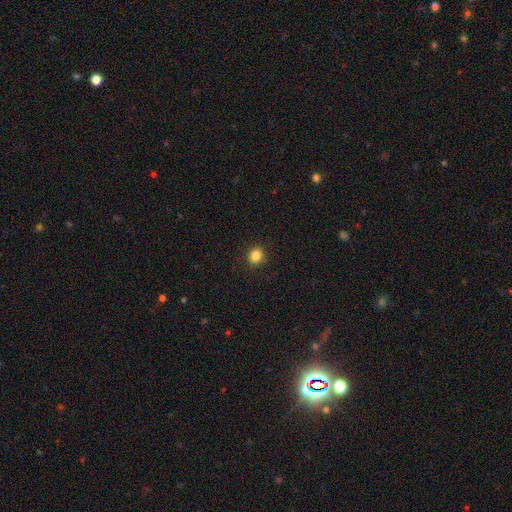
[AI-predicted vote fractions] Q: Smooth or featured?
A: smooth (85%); runner-up: star or artifact (11%)
Q: How rounded?
A: round (83%); runner-up: in between (16%)
Q: Merging?
A: none (91%); runner-up: minor disturbance (6%)